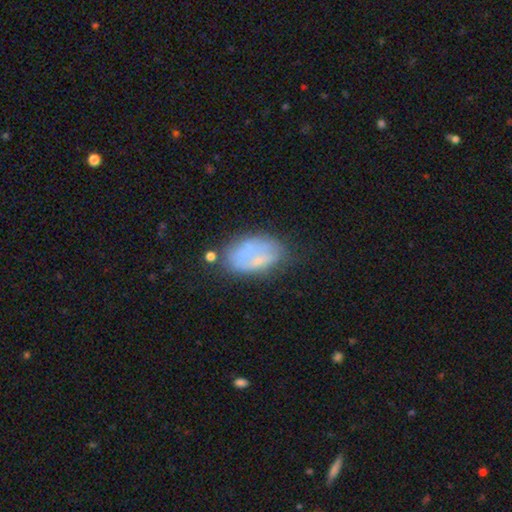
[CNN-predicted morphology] Smooth or featured? smooth (49%)
Merging? none (51%)